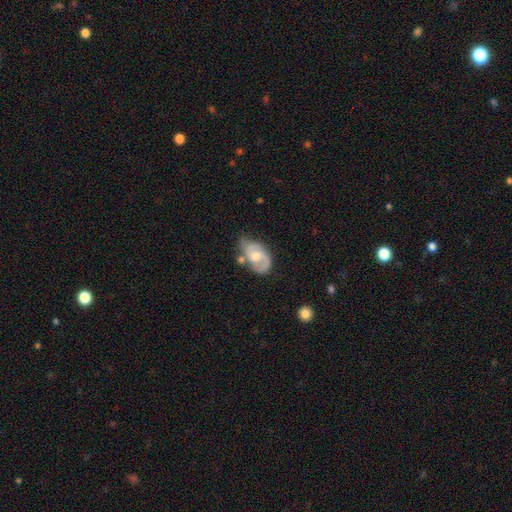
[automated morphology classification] Smooth or featured? featured or disk (76%)
Edge-on disk? no (97%)
Bar? no (59%)
Spiral arms? yes (91%)
Spiral winding? medium (48%)
Spiral arm count? 2 (74%)
Bulge size? moderate (66%)
Merging? none (47%)